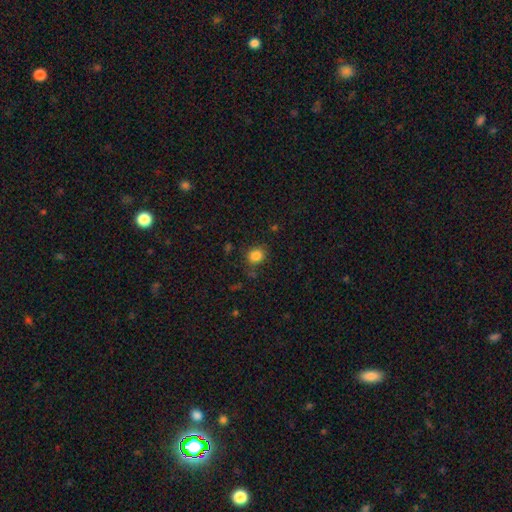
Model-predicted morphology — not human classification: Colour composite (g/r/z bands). It shows a smooth galaxy with no disk features (84%) that is round (75%). Merging: none (81%).